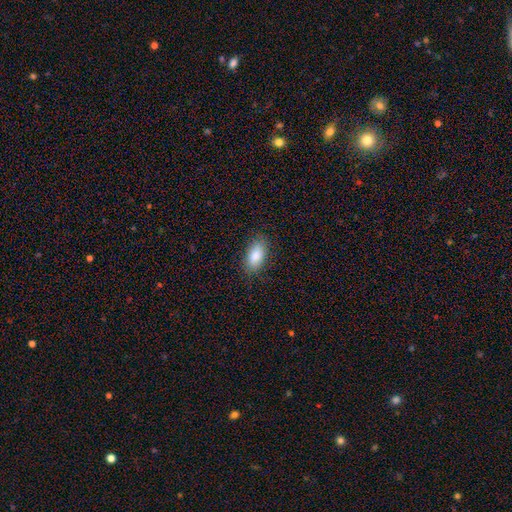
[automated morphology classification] Smooth or featured? Predicted: smooth (p=0.87). How rounded? Predicted: in between (p=0.90). Merging? Predicted: none (p=0.84).